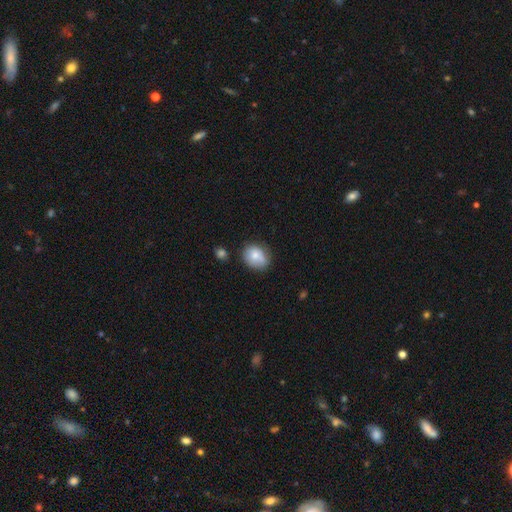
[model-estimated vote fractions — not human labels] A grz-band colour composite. It shows a smooth galaxy with no disk features (78%) that is round (50%). Merging: none (62%).